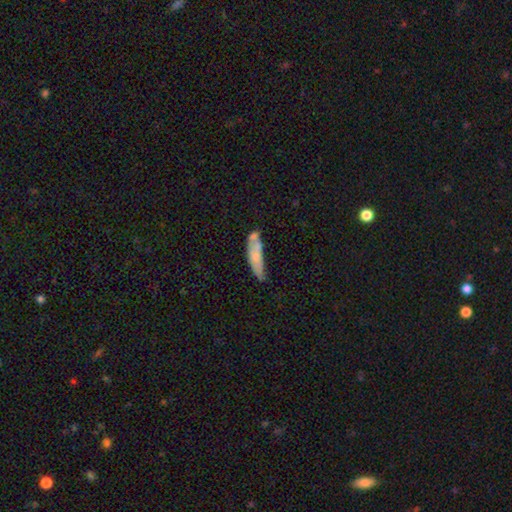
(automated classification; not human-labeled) Smooth or featured? Predicted: smooth (p=0.64). How rounded? Predicted: cigar-shaped (p=0.59). Merging? Predicted: none (p=0.40).